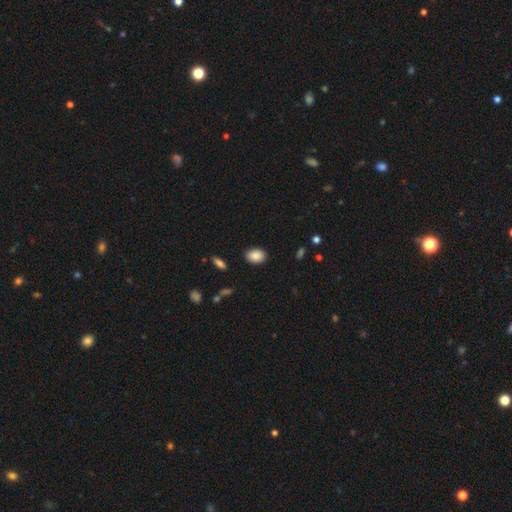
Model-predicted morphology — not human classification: This is clearly a smooth galaxy (87%). How rounded: likely in between (78%). Merging: clearly none (89%).